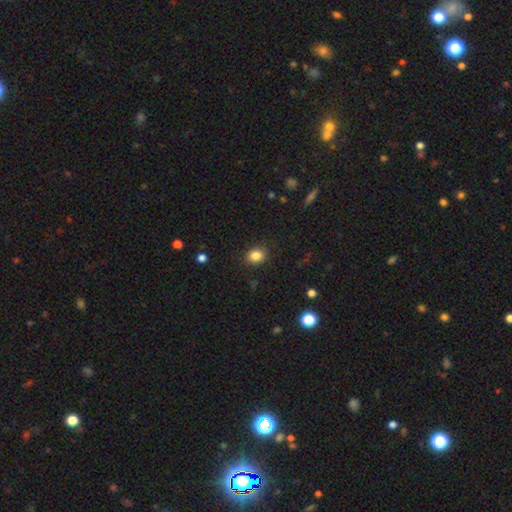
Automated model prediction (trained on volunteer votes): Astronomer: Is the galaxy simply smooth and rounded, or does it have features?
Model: smooth — 84%.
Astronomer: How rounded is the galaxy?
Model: in between — 50% (runner-up: round, 49%).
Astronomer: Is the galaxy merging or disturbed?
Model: none — 87%.